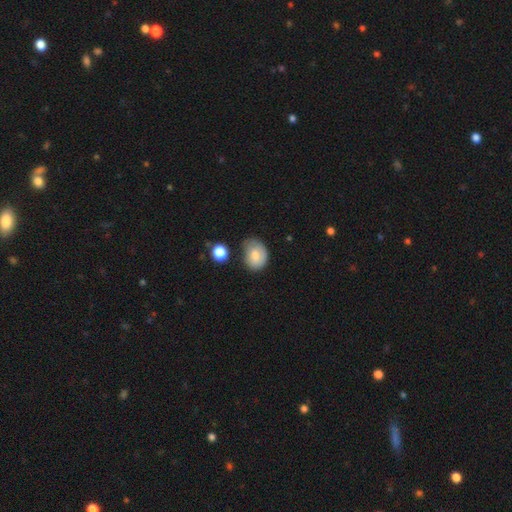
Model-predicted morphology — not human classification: This is likely a smooth galaxy (72%). How rounded: likely in between (63%). Merging: possibly none (53%).